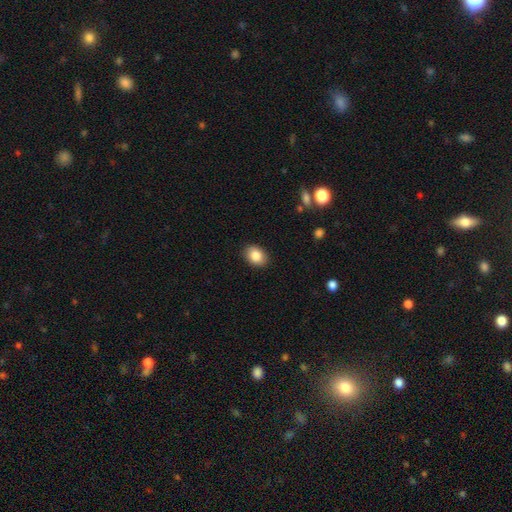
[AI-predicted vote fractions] The model was most divided on "how rounded": in between: 70%, round: 29%, cigar-shaped: 1%. More confident: merging — none (89%); smooth or featured — smooth (86%).